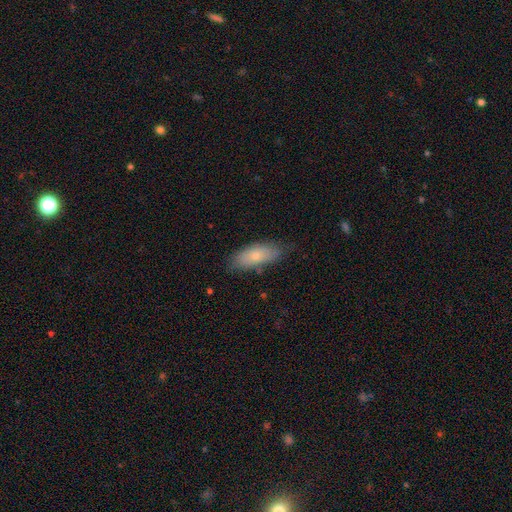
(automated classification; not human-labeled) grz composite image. It shows a smooth galaxy with no disk features (75%) that is in between round and cigar-shaped (78%). Merging: none (74%).